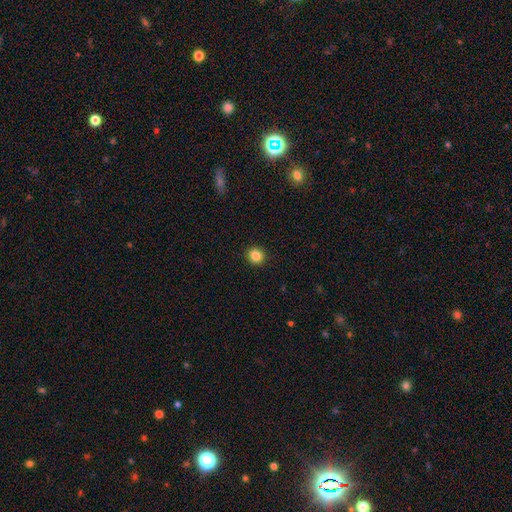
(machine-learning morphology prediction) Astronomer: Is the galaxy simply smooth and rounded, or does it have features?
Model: smooth — 85%.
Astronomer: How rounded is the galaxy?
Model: round — 87%.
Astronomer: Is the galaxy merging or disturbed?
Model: none — 92%.